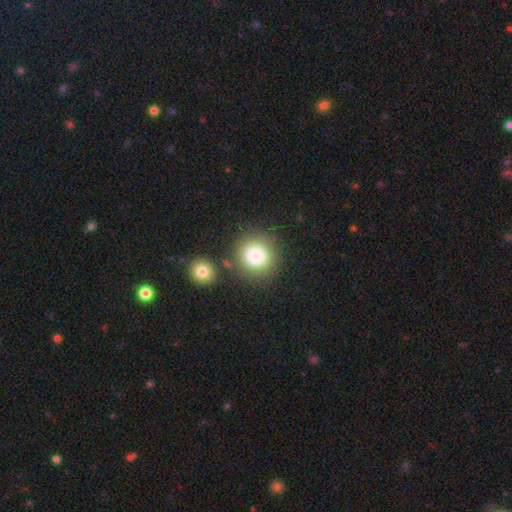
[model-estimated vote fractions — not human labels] Smooth or featured? Predicted: smooth (p=0.82). How rounded? Predicted: round (p=0.90). Merging? Predicted: none (p=0.77).